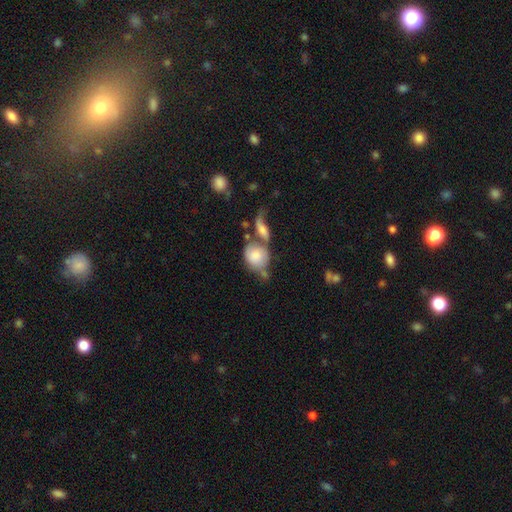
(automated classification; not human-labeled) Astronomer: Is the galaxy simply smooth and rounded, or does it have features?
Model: smooth — 71%.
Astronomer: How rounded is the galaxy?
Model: round — 57% (runner-up: in between, 41%).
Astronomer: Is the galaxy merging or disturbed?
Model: merger — 49%.